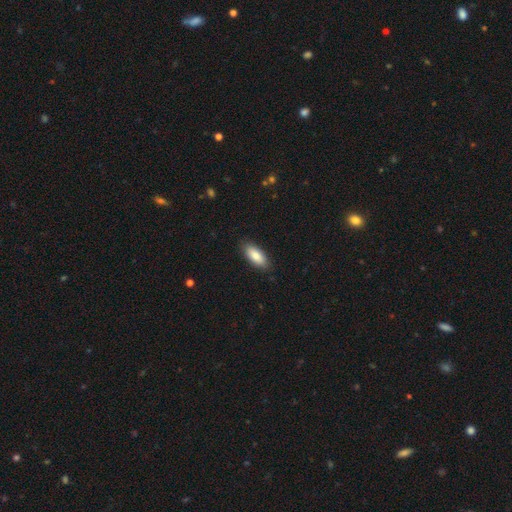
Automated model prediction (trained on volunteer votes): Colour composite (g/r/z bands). It shows a smooth galaxy with no disk features (84%) that is in between round and cigar-shaped (83%). Merging: none (87%).